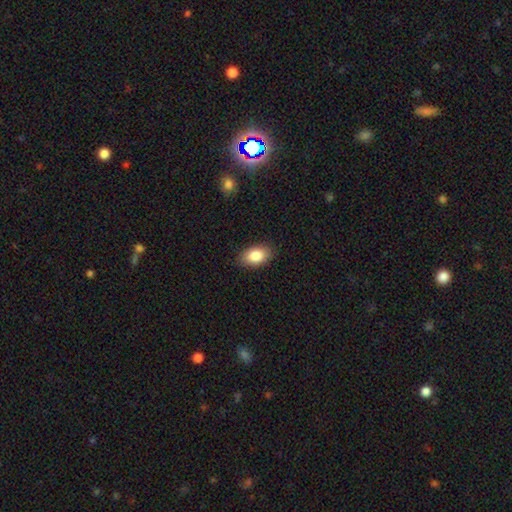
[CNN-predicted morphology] smooth-or-featured: smooth: 86% | star or artifact: 7% | featured or disk: 7%
  how-rounded: in between: 92% | round: 7% | cigar-shaped: 2%
  merging: none: 87% | minor disturbance: 9% | major disturbance: 2% | merger: 1%